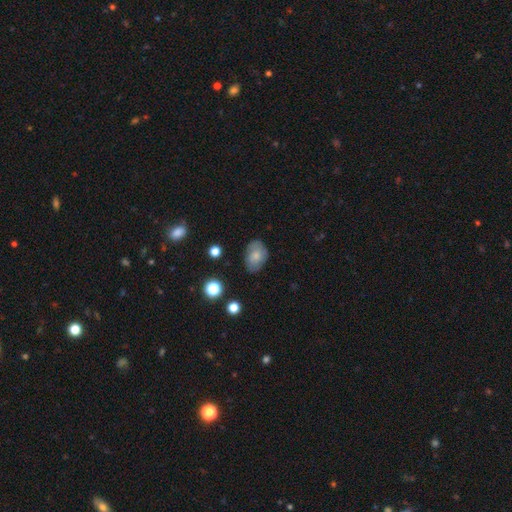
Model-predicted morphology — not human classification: smooth_or_featured: smooth (p=0.71) [alt: featured or disk p=0.20]
how_rounded: in between (p=0.82) [alt: round p=0.17]
merging: none (p=0.73) [alt: minor disturbance p=0.20]